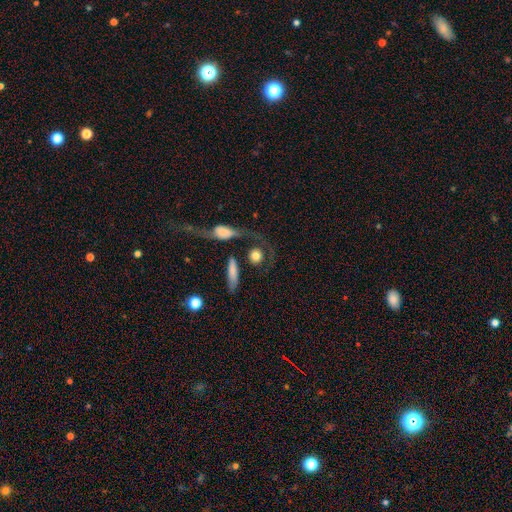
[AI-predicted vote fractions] Smooth or featured?
  - smooth: 63% *
  - featured or disk: 29%
  - star or artifact: 7%
How rounded?
  - round: 72% *
  - in between: 21%
  - cigar-shaped: 7%
Merging?
  - none: 45% *
  - major disturbance: 23%
  - merger: 17%
  - minor disturbance: 15%